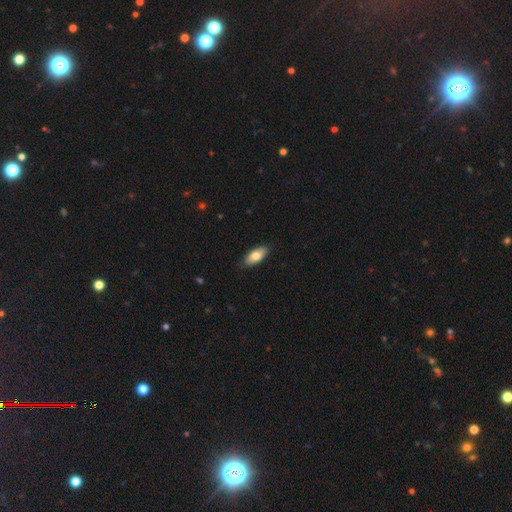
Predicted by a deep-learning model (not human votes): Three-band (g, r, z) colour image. It shows a smooth galaxy with no disk features (76%) that is in between round and cigar-shaped (85%). Merging: none (85%).